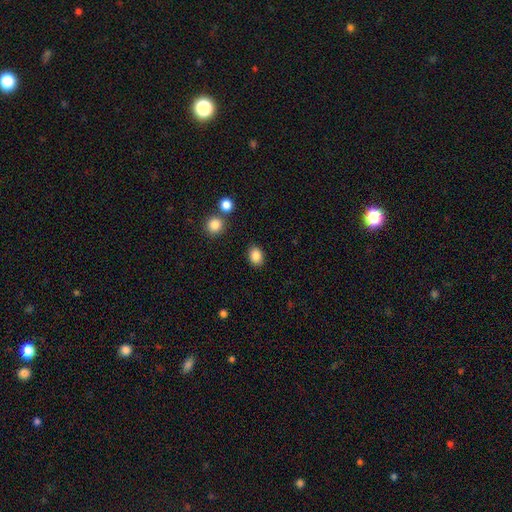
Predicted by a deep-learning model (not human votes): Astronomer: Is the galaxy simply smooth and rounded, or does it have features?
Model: smooth — 86%.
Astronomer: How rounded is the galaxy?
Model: in between — 64%.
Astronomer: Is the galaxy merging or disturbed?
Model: none — 87%.